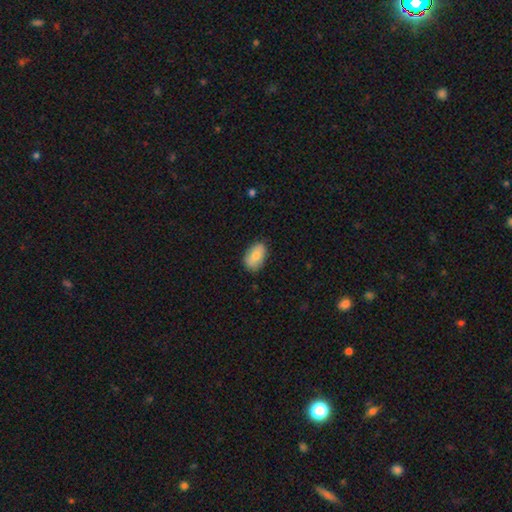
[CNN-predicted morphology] Q: Smooth or featured?
A: smooth (80%); runner-up: featured or disk (13%)
Q: How rounded?
A: in between (90%); runner-up: round (8%)
Q: Merging?
A: none (80%); runner-up: minor disturbance (16%)